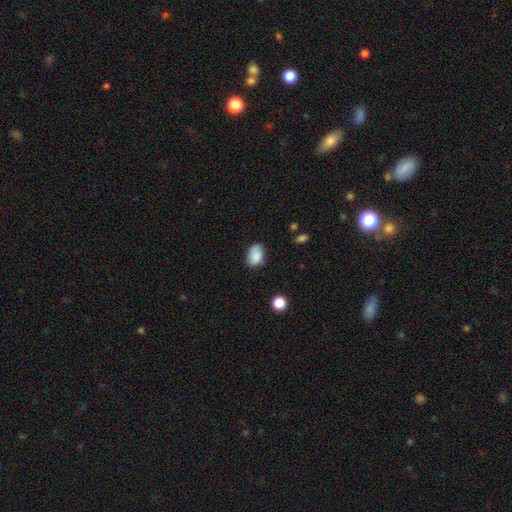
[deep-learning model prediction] smooth 88%, star or artifact 8%, featured or disk 4%. Down the decision tree: how rounded — in between (80%); merging — none (75%).